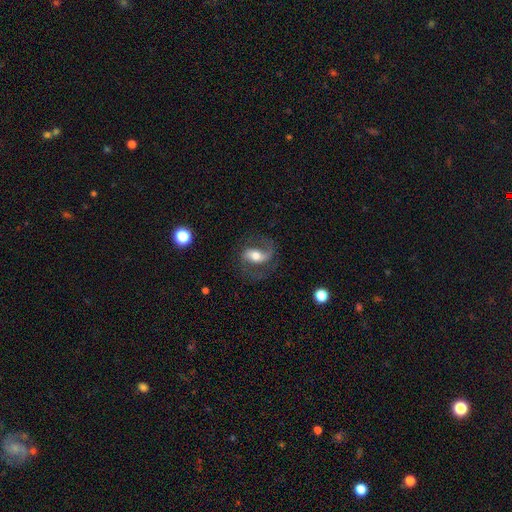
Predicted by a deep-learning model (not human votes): smooth-or-featured: featured or disk: 78% | smooth: 15% | star or artifact: 6%
  disk-edge-on: no: 96% | yes: 4%
    bar: weak: 38% | strong: 37% | no: 25%
    has-spiral-arms: yes: 93% | no: 7%
      spiral-winding: medium: 47% | loose: 41% | tight: 12%
      spiral-arm-count: 2: 83% | 1: 11% | can't tell: 3% | 3: 1% | 4: 1% | more than 4: 1%
    bulge-size: moderate: 67% | small: 16% | large: 14% | dominant: 2% | none: 1%
  merging: none: 68% | minor disturbance: 16% | major disturbance: 14% | merger: 2%